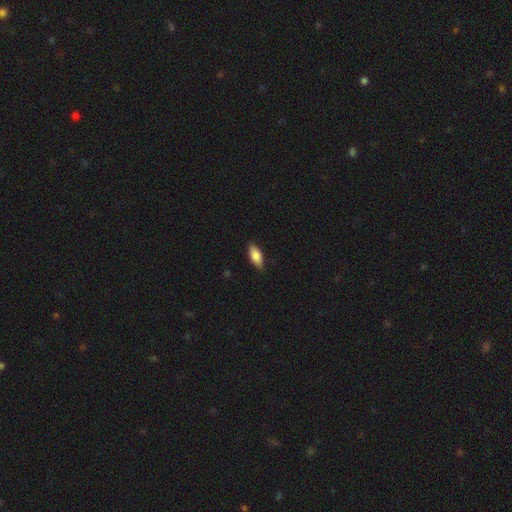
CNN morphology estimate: This appears to be a smooth galaxy with no disk features (83%) that is in between round and cigar-shaped (86%). Merging: none (86%).